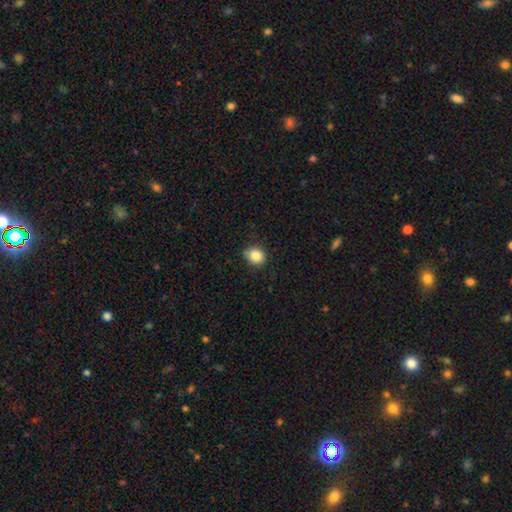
Smooth or featured? 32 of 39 (82%) said smooth. How rounded? 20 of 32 (62%) said round. Merging? 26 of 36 (72%) said none.